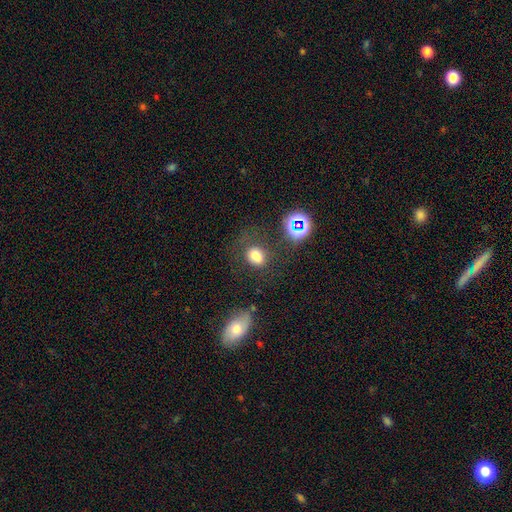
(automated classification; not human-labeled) smooth_or_featured: smooth (p=0.73) [alt: star or artifact p=0.17]
how_rounded: in between (p=0.64) [alt: round p=0.35]
merging: none (p=0.56) [alt: minor disturbance p=0.20]